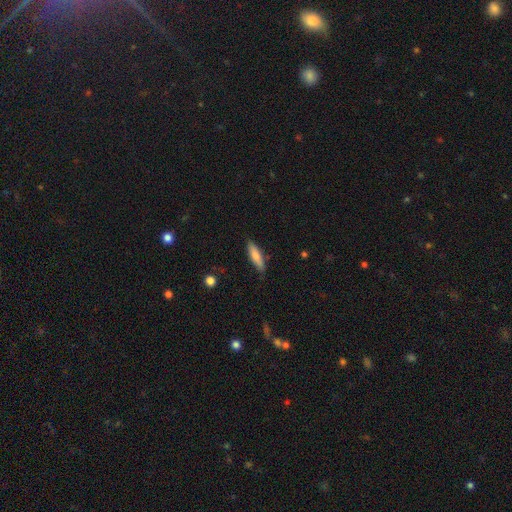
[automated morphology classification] smooth_or_featured: smooth (p=0.73) [alt: featured or disk p=0.21]
how_rounded: cigar-shaped (p=0.68) [alt: in between p=0.30]
merging: none (p=0.83) [alt: minor disturbance p=0.13]